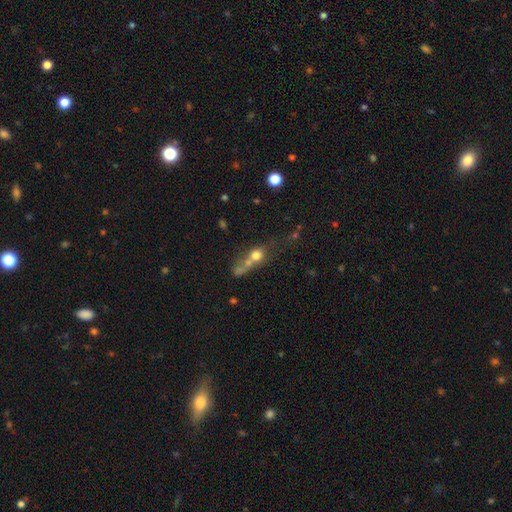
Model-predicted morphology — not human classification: The model was most divided on "merging": merger: 52%, none: 25%, major disturbance: 13%, minor disturbance: 10%. More confident: smooth or featured — smooth (65%); how rounded — round (65%).